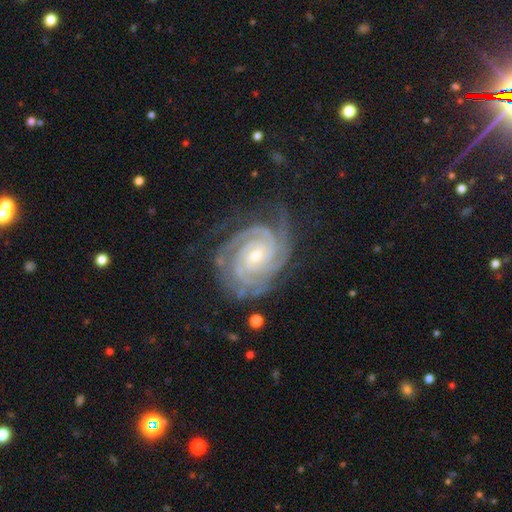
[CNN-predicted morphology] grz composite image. It shows a featured or disk galaxy (93%) with no bar (54%), 3 (33%) tight (82%) spiral arms (99%) and a small central bulge (58%). Merging: none (73%).